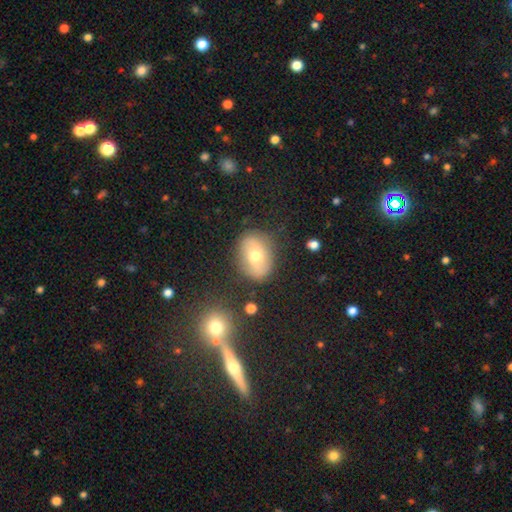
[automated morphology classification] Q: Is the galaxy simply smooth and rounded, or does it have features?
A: smooth — 53%.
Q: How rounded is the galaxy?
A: in between — 65%.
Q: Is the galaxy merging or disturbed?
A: none — 79%.